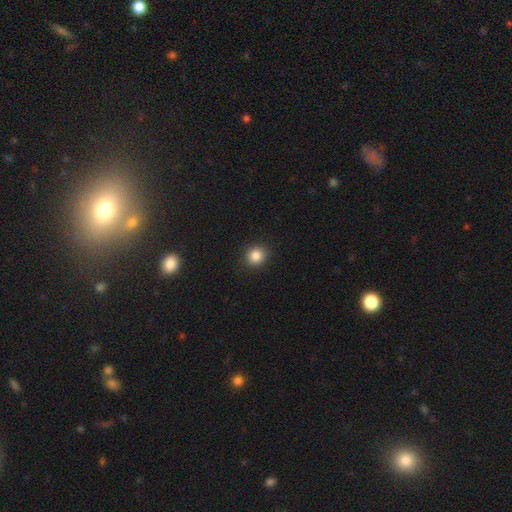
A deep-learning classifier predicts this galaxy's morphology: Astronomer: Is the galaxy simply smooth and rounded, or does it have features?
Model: smooth — 85%.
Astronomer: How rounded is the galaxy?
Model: round — 74%.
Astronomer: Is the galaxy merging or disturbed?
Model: none — 90%.